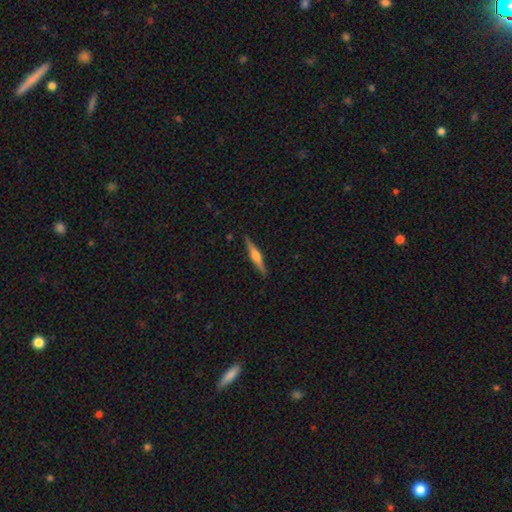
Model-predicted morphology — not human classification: smooth_or_featured: featured or disk (p=0.69) [alt: smooth p=0.26]
disk_edge_on: yes (p=0.98) [alt: no p=0.02]
edge_on_bulge: rounded (p=0.89) [alt: boxy p=0.07]
merging: none (p=0.90) [alt: minor disturbance p=0.07]